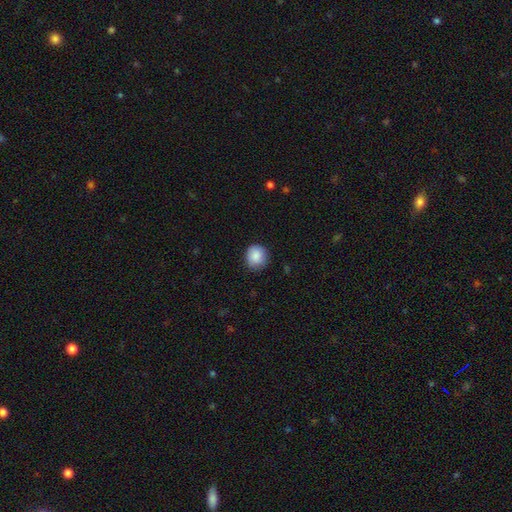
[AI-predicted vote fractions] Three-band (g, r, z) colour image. It shows a smooth galaxy with no disk features (88%) that is round (84%). Merging: none (84%).